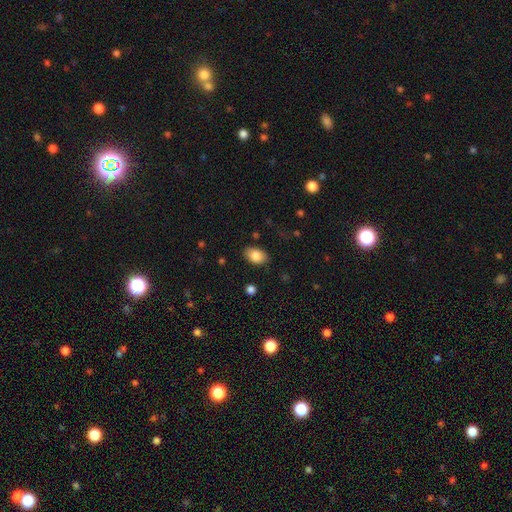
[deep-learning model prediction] Smooth or featured: smooth — 85% (star or artifact — 8%)
How rounded: in between — 85% (round — 13%)
Merging: none — 85% (minor disturbance — 11%)